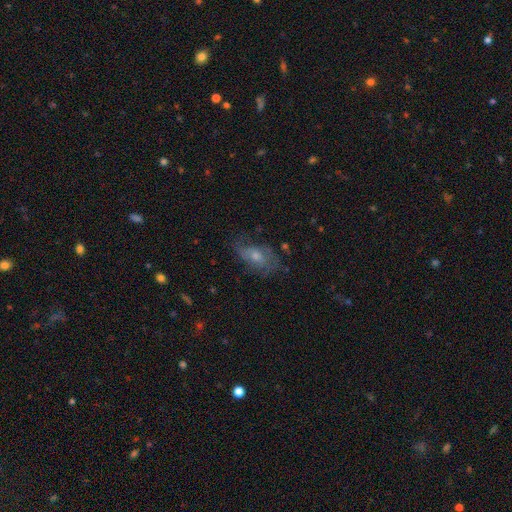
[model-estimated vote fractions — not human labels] Smooth or featured?
  - featured or disk: 46% *
  - smooth: 44%
  - star or artifact: 10%
Merging?
  - none: 48% *
  - minor disturbance: 27%
  - major disturbance: 22%
  - merger: 2%